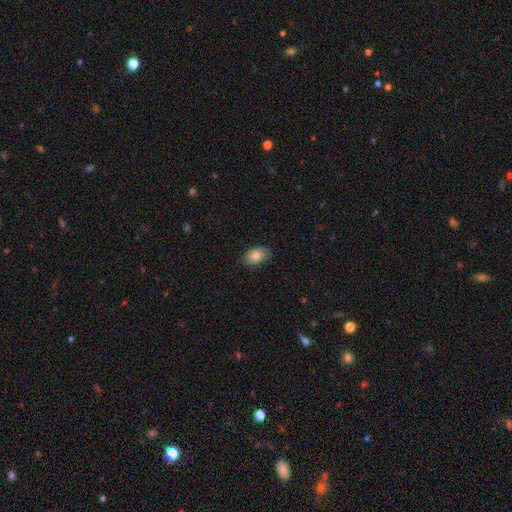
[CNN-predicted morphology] The model was most divided on "merging": none: 85%, minor disturbance: 12%, major disturbance: 2%, merger: 1%. More confident: how rounded — in between (88%); smooth or featured — smooth (84%).